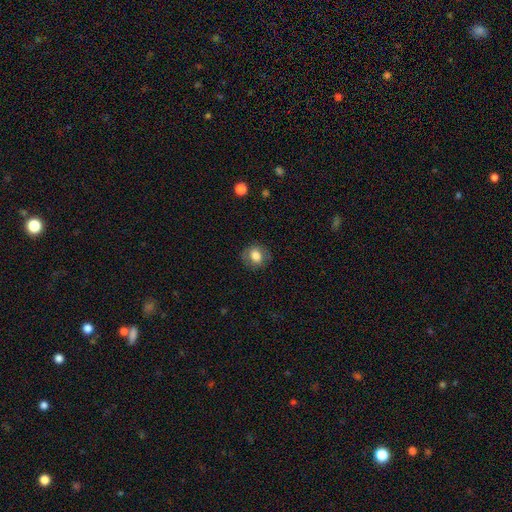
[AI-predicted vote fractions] smooth_or_featured: smooth (p=0.78) [alt: featured or disk p=0.14]
how_rounded: round (p=0.72) [alt: in between p=0.27]
merging: none (p=0.82) [alt: minor disturbance p=0.13]